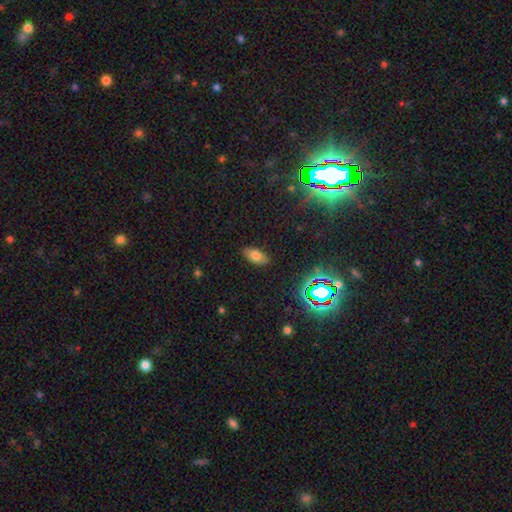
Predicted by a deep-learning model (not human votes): A smooth galaxy with no disk features (73%) that is in between round and cigar-shaped (91%).

Vote fractions:
- Smooth or featured? smooth: 73% / star or artifact: 14% / featured or disk: 13%
- How rounded? in between: 91% / cigar-shaped: 5% / round: 4%
- Merging? none: 86% / minor disturbance: 10% / major disturbance: 2% / merger: 1%